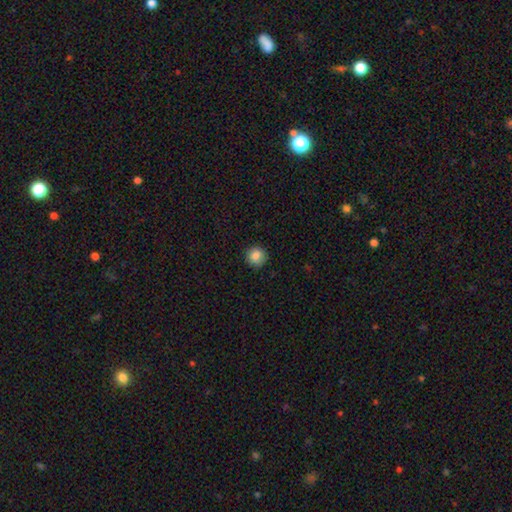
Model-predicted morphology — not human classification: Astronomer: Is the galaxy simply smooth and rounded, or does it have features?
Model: smooth — 86%.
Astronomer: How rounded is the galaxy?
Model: round — 93%.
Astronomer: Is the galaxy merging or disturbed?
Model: none — 89%.